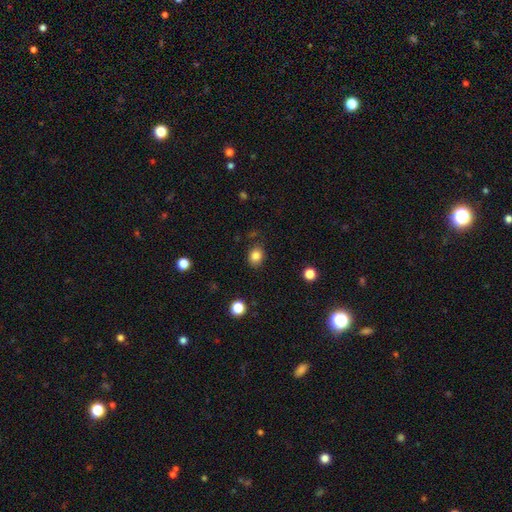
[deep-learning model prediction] Morphology: type=smooth (84%); roundness=round (56%); merging=none (81%).